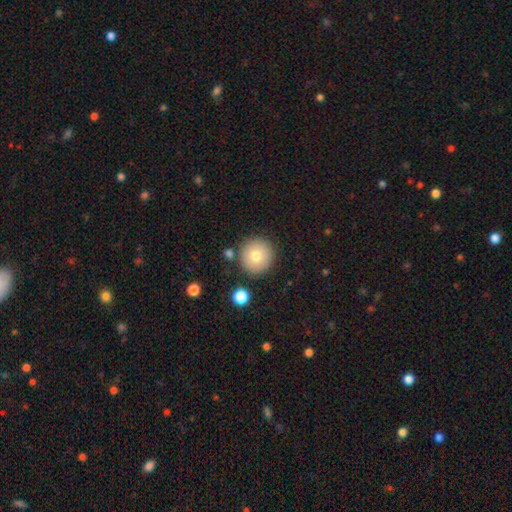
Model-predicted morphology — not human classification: A smooth galaxy with no disk features (78%) that is round (95%). Merging: none (87%).